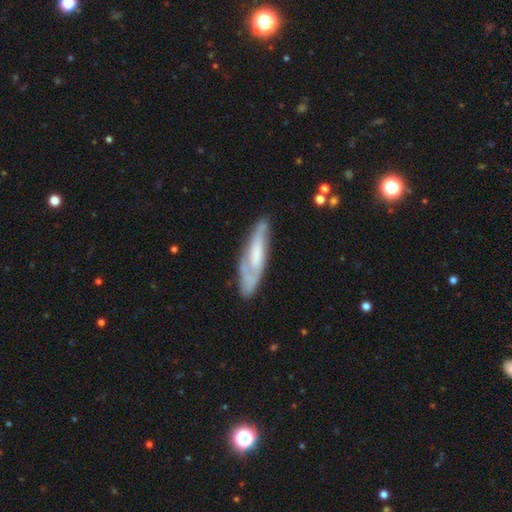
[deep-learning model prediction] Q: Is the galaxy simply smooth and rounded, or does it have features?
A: featured or disk — 64%.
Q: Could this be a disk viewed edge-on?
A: no — 68%.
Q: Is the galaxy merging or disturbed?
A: none — 66%.